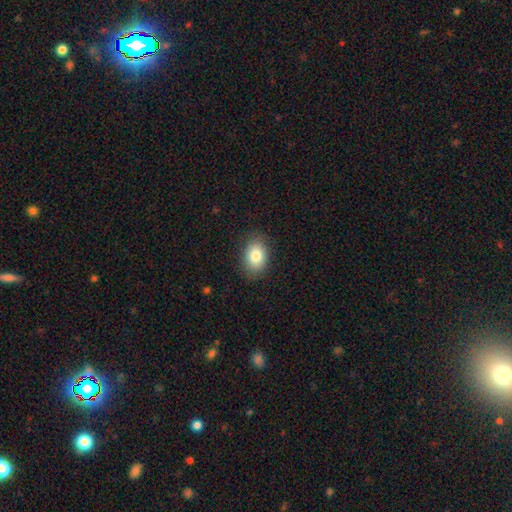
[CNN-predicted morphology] A smooth galaxy with no disk features (82%) that is in between round and cigar-shaped (80%). Merging: none (85%).